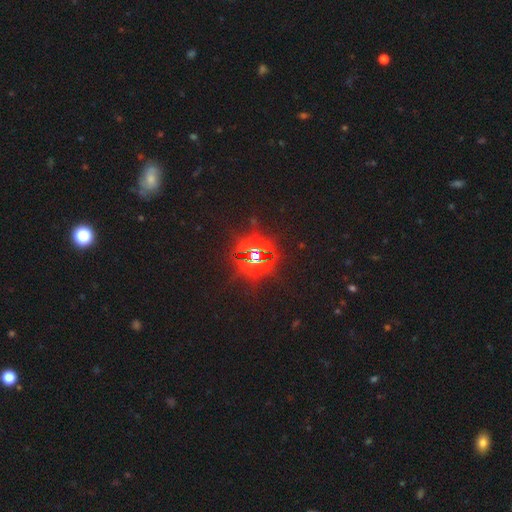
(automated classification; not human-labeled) star or artifact 82%, smooth 10%, featured or disk 8%.